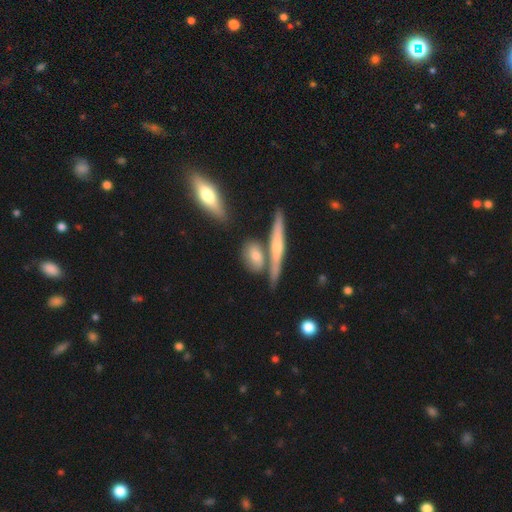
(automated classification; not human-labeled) The model was most divided on "how rounded": in between: 49%, cigar-shaped: 34%, round: 17%. More confident: merging — none (63%); smooth or featured — smooth (59%).